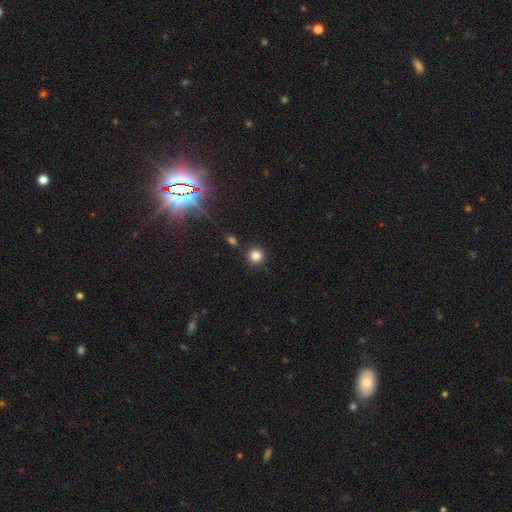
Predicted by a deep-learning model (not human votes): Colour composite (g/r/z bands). It shows a smooth galaxy with no disk features (82%) that is round (94%). Merging: none (86%).